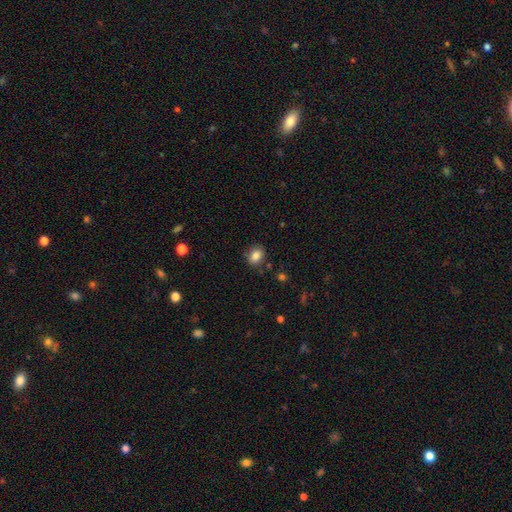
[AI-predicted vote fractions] smooth 84%, star or artifact 10%, featured or disk 6%. Down the decision tree: how rounded — in between (57%); merging — none (83%).